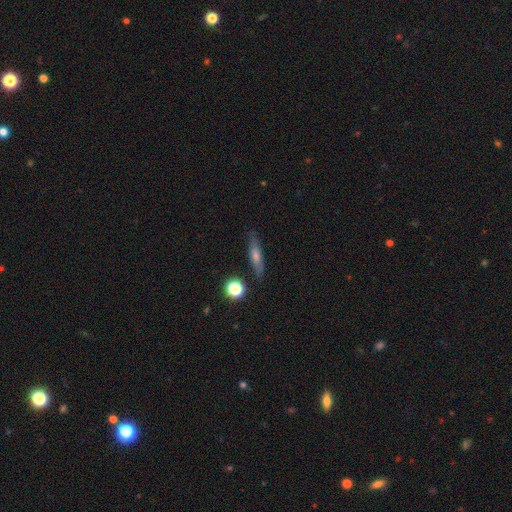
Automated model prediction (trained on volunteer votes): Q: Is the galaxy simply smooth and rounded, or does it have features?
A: smooth — 49%.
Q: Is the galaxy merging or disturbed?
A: none — 84%.